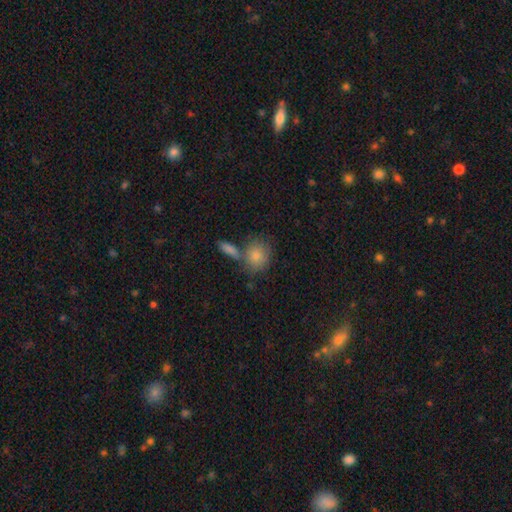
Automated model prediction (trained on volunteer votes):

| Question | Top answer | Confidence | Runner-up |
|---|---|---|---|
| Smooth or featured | smooth | 82% | featured or disk (11%) |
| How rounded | round | 65% | in between (32%) |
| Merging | none | 49% | merger (33%) |